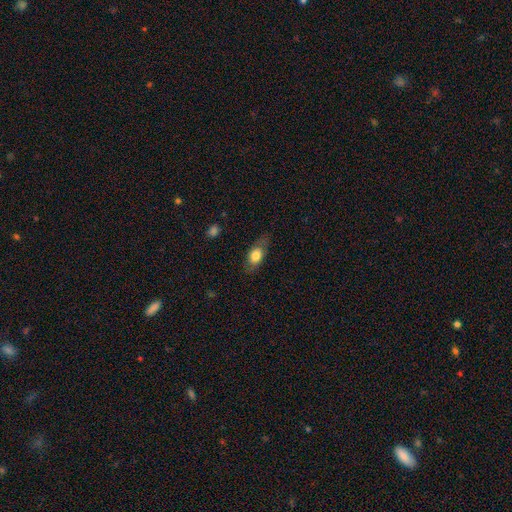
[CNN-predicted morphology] Smooth or featured? Predicted: smooth (p=0.70). How rounded? Predicted: in between (p=0.80). Merging? Predicted: none (p=0.74).